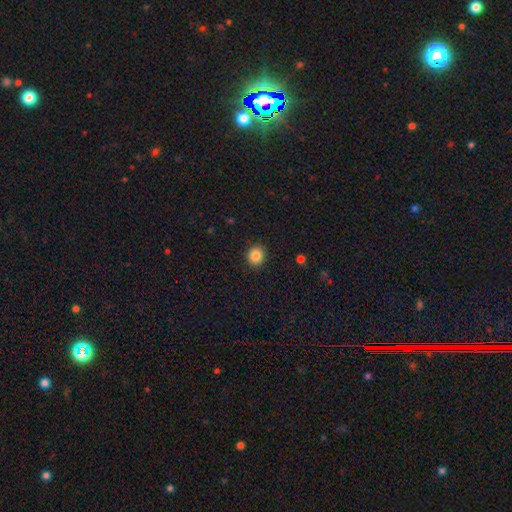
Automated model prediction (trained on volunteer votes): Morphology: type=smooth (85%); roundness=round (83%); merging=none (91%).